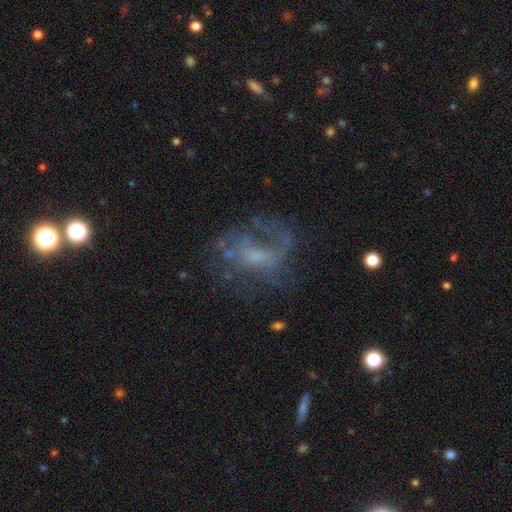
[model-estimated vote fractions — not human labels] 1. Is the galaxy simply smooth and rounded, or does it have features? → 63% featured or disk, 21% smooth, 16% star or artifact.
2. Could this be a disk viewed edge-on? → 96% no, 4% yes.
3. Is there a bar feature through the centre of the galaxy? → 60% no, 33% weak, 7% strong.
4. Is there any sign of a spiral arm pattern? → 52% yes, 48% no.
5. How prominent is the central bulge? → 36% small, 31% none, 28% moderate, 4% large, 1% dominant.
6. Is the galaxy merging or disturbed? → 44% none, 35% major disturbance, 18% minor disturbance, 4% merger.